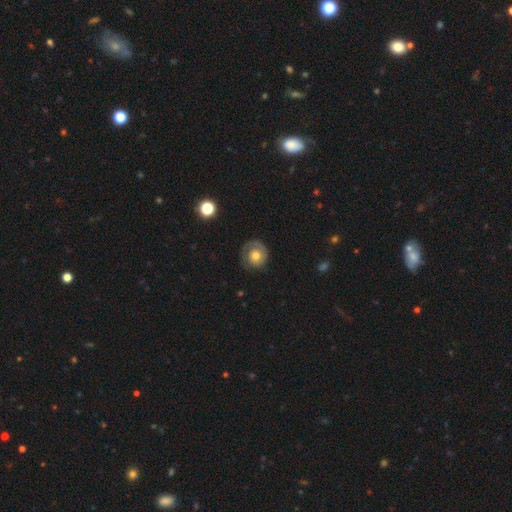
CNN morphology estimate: Smooth or featured?
  - featured or disk: 60% *
  - smooth: 33%
  - star or artifact: 7%
Edge-on disk?
  - no: 98% *
  - yes: 2%
Bar?
  - no: 83% *
  - weak: 15%
  - strong: 2%
Spiral arms?
  - yes: 85% *
  - no: 15%
Bulge size?
  - moderate: 62% *
  - small: 21%
  - large: 13%
  - none: 2%
  - dominant: 2%
Merging?
  - none: 70% *
  - minor disturbance: 17%
  - major disturbance: 11%
  - merger: 1%